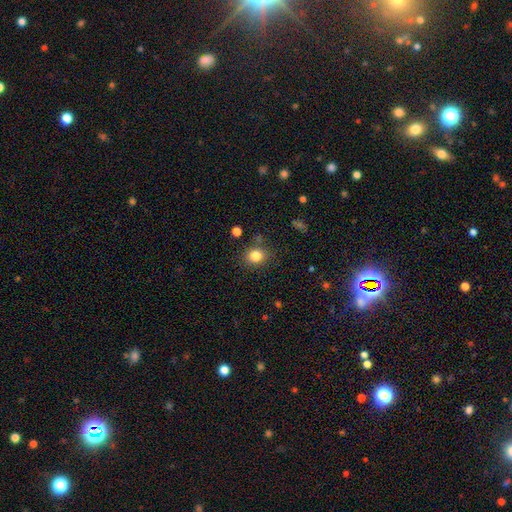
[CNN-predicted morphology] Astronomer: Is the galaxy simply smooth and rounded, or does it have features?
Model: smooth — 82%.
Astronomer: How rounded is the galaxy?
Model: round — 67%.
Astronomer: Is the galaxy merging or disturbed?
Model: none — 80%.